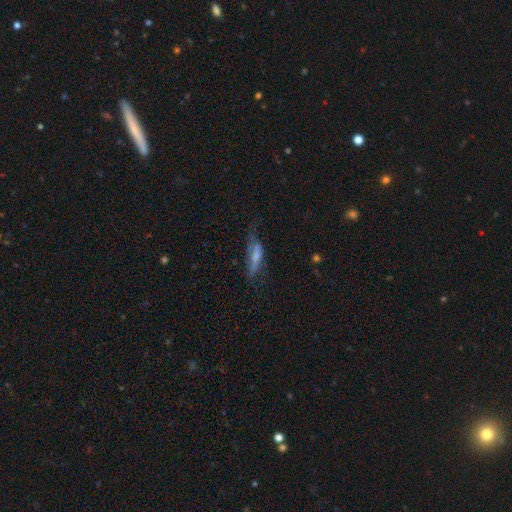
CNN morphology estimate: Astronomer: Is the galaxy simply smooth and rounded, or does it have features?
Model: smooth — 55% (runner-up: featured or disk, 36%).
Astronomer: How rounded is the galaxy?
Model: cigar-shaped — 54% (runner-up: in between, 43%).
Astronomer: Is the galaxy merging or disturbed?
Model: none — 39% (runner-up: minor disturbance, 30%).